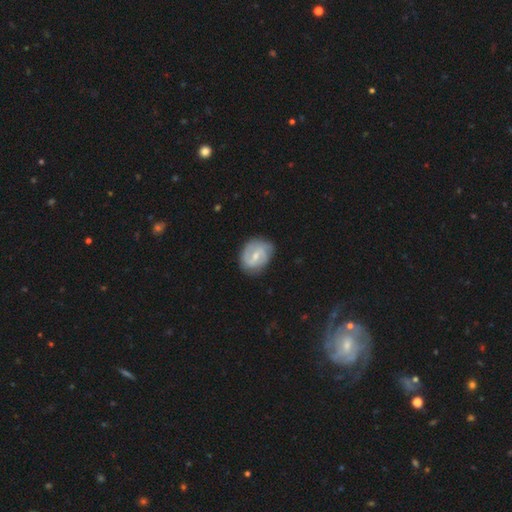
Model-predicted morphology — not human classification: Smooth or featured: featured or disk — 70% (smooth — 25%)
Edge-on disk: no — 97% (yes — 3%)
Bar: weak — 56% (strong — 24%)
Spiral arms: yes — 85% (no — 15%)
Spiral winding: medium — 43% (tight — 32%)
Spiral arm count: 2 — 73% (can't tell — 15%)
Bulge size: small — 50% (moderate — 44%)
Merging: none — 73% (minor disturbance — 20%)